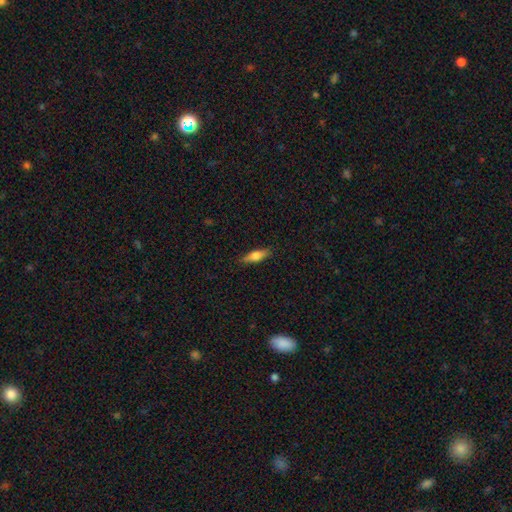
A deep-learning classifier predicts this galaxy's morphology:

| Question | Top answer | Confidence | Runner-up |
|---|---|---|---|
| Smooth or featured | smooth | 61% | featured or disk (32%) |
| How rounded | cigar-shaped | 54% | in between (43%) |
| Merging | none | 87% | minor disturbance (9%) |